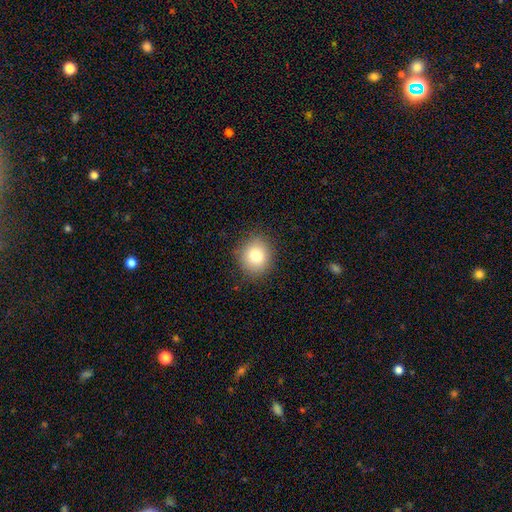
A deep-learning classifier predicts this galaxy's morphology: Smooth or featured? smooth (82%)
How rounded? round (78%)
Merging? none (86%)